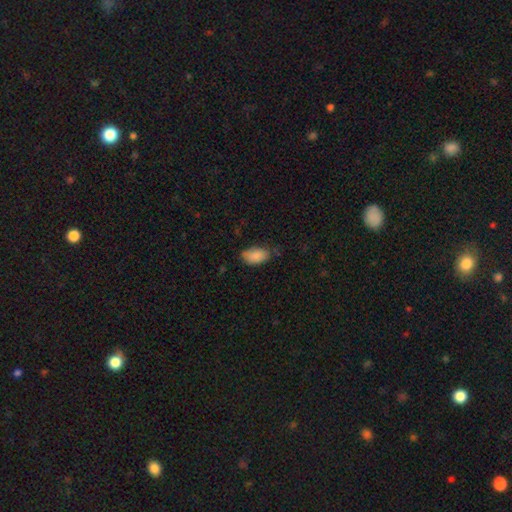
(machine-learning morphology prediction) Smooth or featured?
  - smooth: 88% *
  - star or artifact: 7%
  - featured or disk: 5%
How rounded?
  - in between: 94% *
  - round: 4%
  - cigar-shaped: 2%
Merging?
  - none: 65% *
  - minor disturbance: 28%
  - major disturbance: 5%
  - merger: 2%